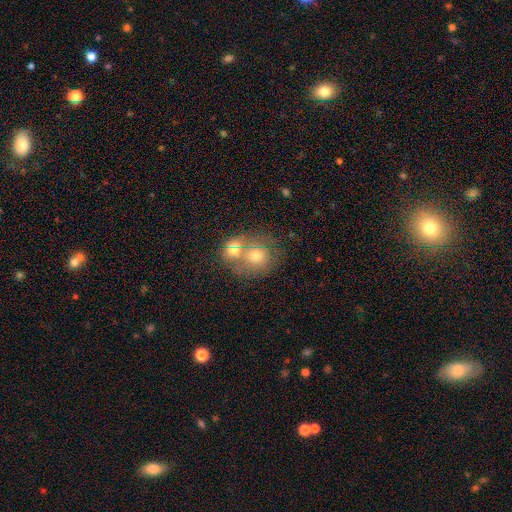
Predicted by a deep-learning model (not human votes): smooth-or-featured: smooth: 61% | featured or disk: 30% | star or artifact: 9%
  how-rounded: round: 76% | in between: 23% | cigar-shaped: 1%
  merging: merger: 61% | none: 26% | minor disturbance: 9% | major disturbance: 5%